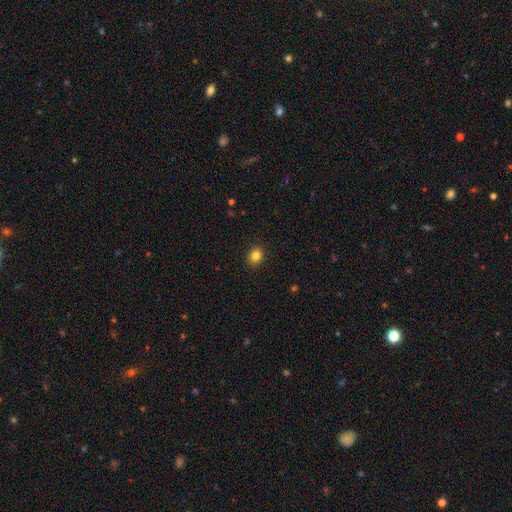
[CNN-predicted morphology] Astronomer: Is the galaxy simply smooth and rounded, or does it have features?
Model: smooth — 84%.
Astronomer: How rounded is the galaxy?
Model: round — 66%.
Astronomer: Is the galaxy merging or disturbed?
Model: none — 91%.